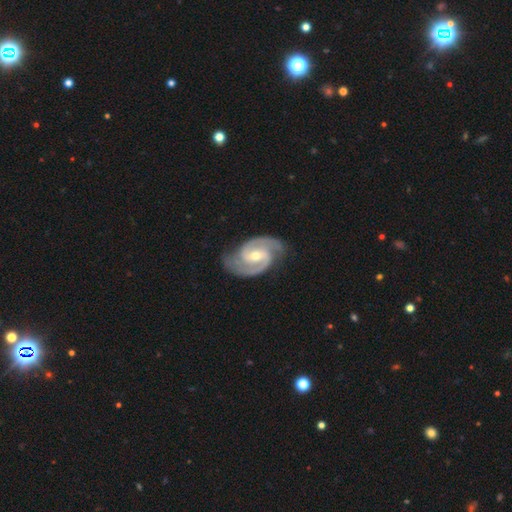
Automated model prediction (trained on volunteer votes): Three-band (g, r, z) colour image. It shows a featured or disk galaxy (93%) with a weak bar (47%), 2 (90%) medium (55%) spiral arms (98%) and a moderate central bulge (59%). Merging: none (79%).